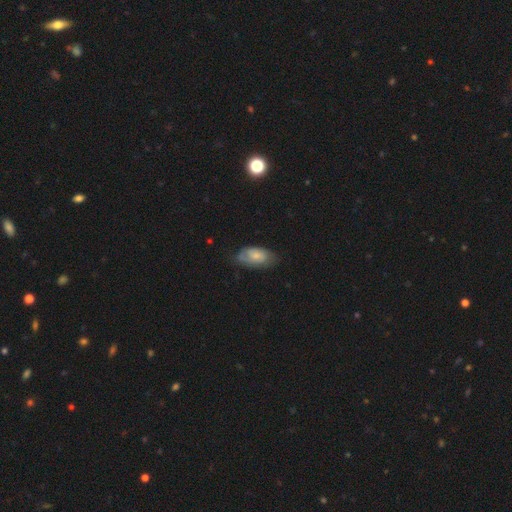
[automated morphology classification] Smooth or featured? Predicted: smooth (p=0.57). How rounded? Predicted: in between (p=0.92). Merging? Predicted: none (p=0.62).